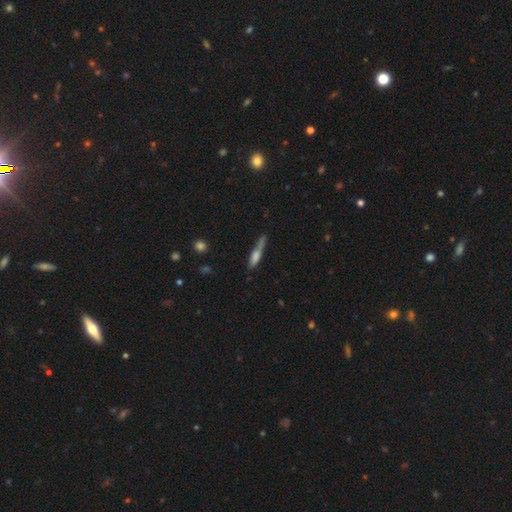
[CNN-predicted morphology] The model was most divided on "merging": none: 47%, minor disturbance: 31%, major disturbance: 14%, merger: 8%. More confident: how rounded — cigar-shaped (81%); smooth or featured — smooth (55%).